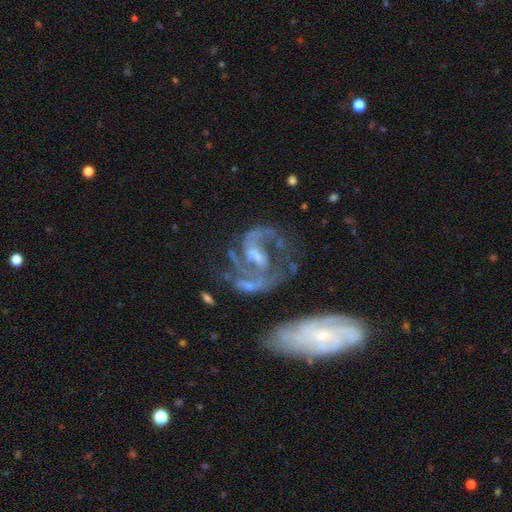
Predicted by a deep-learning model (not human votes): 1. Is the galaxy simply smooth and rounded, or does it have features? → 85% featured or disk, 8% star or artifact, 7% smooth.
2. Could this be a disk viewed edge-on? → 97% no, 3% yes.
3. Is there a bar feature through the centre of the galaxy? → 45% weak, 29% no, 26% strong.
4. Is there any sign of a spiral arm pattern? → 90% yes, 10% no.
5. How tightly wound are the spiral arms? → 50% medium, 30% loose, 20% tight.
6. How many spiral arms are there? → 69% 2, 13% can't tell, 7% 3, 6% 1, 3% 4, 3% more than 4.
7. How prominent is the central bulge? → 39% small, 28% moderate, 27% none, 5% large, 1% dominant.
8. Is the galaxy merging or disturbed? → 39% none, 25% major disturbance, 21% merger, 16% minor disturbance.